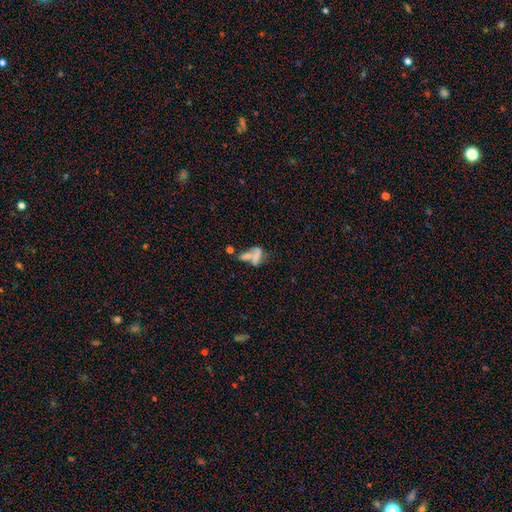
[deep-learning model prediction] Smooth or featured?
  - smooth: 53% *
  - featured or disk: 33%
  - star or artifact: 14%
How rounded?
  - in between: 75% *
  - cigar-shaped: 14%
  - round: 12%
Merging?
  - merger: 53% *
  - none: 19%
  - major disturbance: 18%
  - minor disturbance: 11%